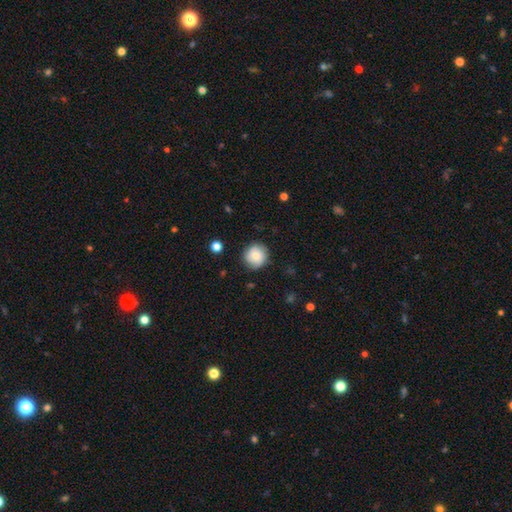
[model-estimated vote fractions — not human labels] smooth-or-featured: smooth: 74% | featured or disk: 18% | star or artifact: 8%
  how-rounded: round: 93% | in between: 6% | cigar-shaped: 1%
  merging: none: 85% | minor disturbance: 11% | major disturbance: 3% | merger: 1%